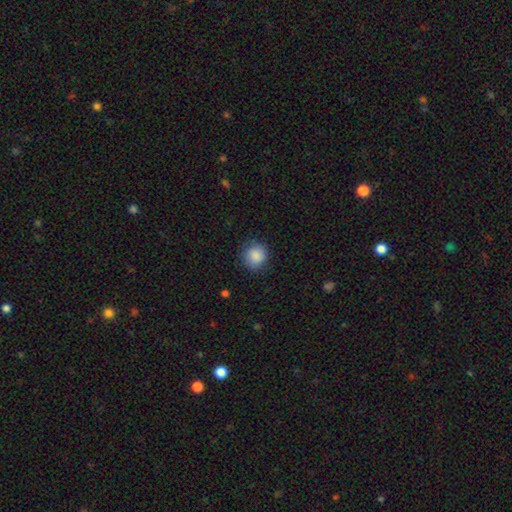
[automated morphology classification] Smooth or featured: smooth — 87% (star or artifact — 8%)
How rounded: round — 89% (in between — 10%)
Merging: none — 82% (minor disturbance — 13%)